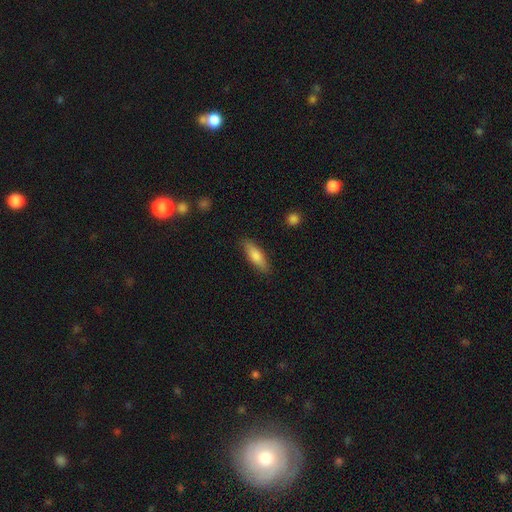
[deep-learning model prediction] smooth 76%, featured or disk 18%, star or artifact 6%. Down the decision tree: how rounded — in between (50%); merging — none (86%).